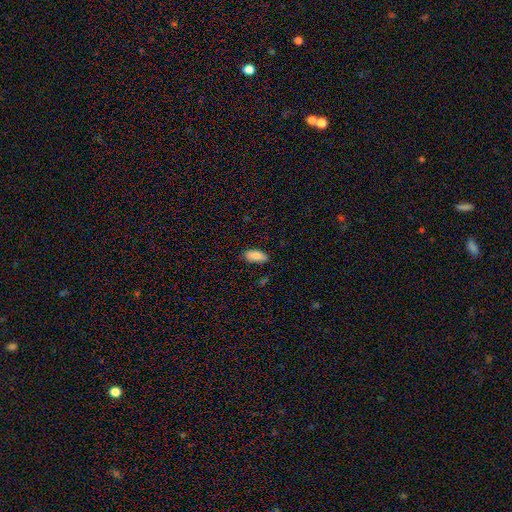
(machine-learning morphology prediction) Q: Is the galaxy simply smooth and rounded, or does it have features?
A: smooth — 86%.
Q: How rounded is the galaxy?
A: in between — 88%.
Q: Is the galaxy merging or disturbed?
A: none — 84%.